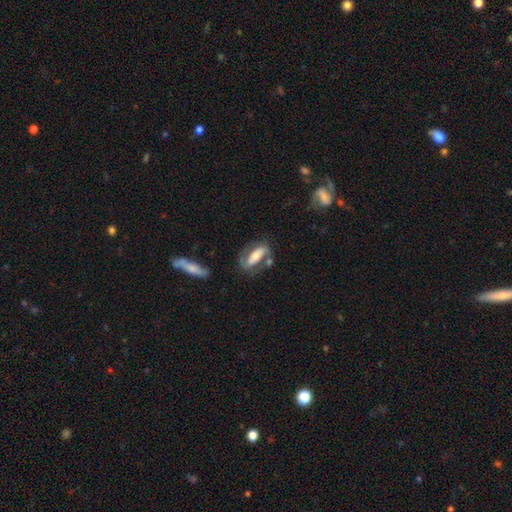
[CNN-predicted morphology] The model was most divided on "smooth or featured": featured or disk: 57%, smooth: 37%, star or artifact: 6%. More confident: edge-on disk — no (82%); merging — none (56%).